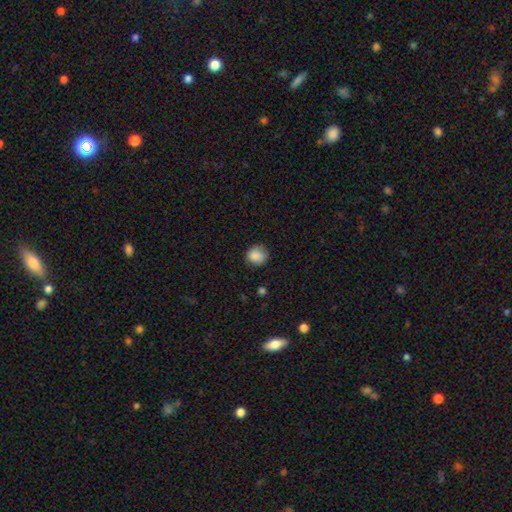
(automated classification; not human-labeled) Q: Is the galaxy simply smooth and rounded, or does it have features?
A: smooth — 87%.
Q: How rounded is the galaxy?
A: round — 83%.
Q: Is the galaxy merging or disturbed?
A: none — 81%.